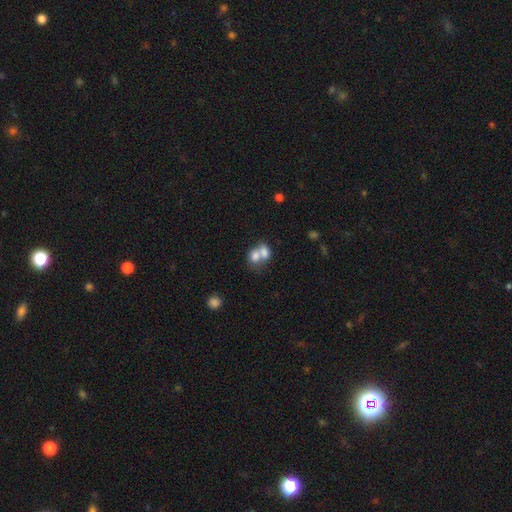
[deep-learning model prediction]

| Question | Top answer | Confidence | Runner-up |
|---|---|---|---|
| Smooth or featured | smooth | 71% | featured or disk (20%) |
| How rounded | round | 51% | in between (48%) |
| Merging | merger | 72% | none (19%) |